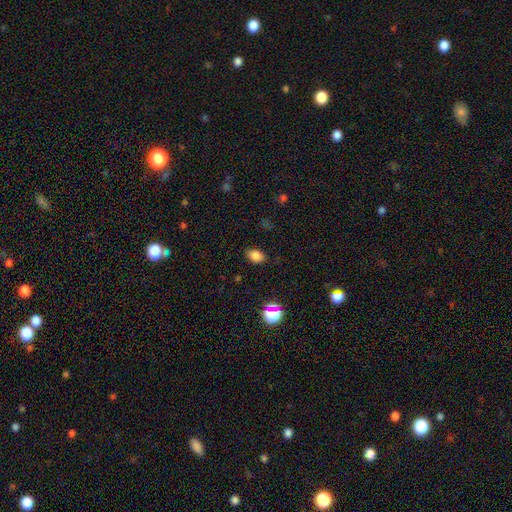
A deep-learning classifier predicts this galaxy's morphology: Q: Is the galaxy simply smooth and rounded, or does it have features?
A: smooth — 81%.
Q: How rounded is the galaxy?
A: in between — 84%.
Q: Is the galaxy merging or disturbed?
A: none — 84%.